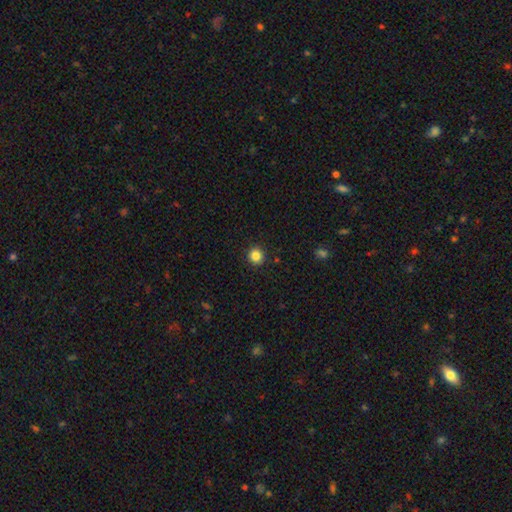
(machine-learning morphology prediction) Q: Smooth or featured?
A: smooth (85%); runner-up: star or artifact (11%)
Q: How rounded?
A: round (93%); runner-up: in between (6%)
Q: Merging?
A: none (92%); runner-up: minor disturbance (5%)